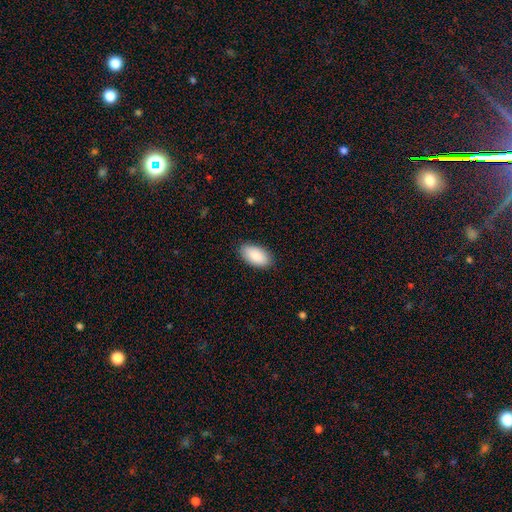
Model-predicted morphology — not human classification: Smooth or featured?
  - smooth: 89% *
  - star or artifact: 6%
  - featured or disk: 6%
How rounded?
  - in between: 95% *
  - cigar-shaped: 3%
  - round: 2%
Merging?
  - none: 87% *
  - minor disturbance: 10%
  - major disturbance: 2%
  - merger: 1%